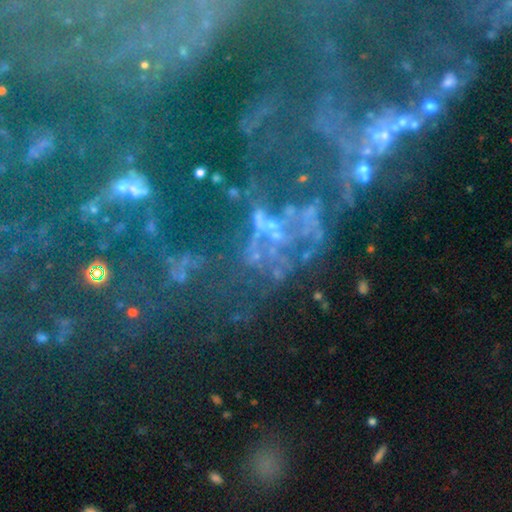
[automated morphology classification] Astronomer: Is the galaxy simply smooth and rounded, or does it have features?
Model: featured or disk — 60%.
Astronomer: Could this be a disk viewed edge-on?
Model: no — 98%.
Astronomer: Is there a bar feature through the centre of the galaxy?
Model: no — 80%.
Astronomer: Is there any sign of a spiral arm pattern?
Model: no — 67%.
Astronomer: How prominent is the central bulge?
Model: none — 60%.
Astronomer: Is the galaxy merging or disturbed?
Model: major disturbance — 35% (runner-up: none, 34%).